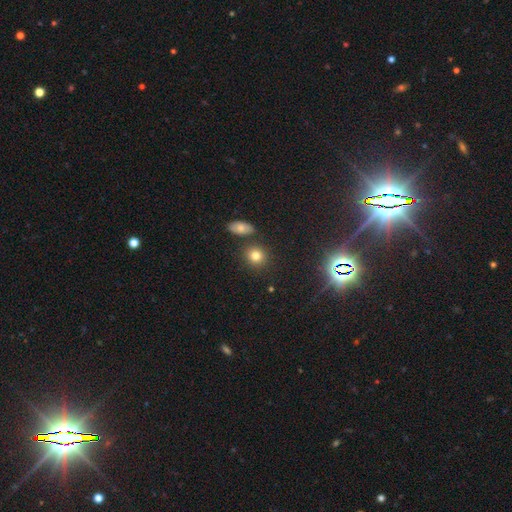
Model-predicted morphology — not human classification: smooth 78%, star or artifact 14%, featured or disk 9%. Down the decision tree: how rounded — round (82%); merging — none (80%).